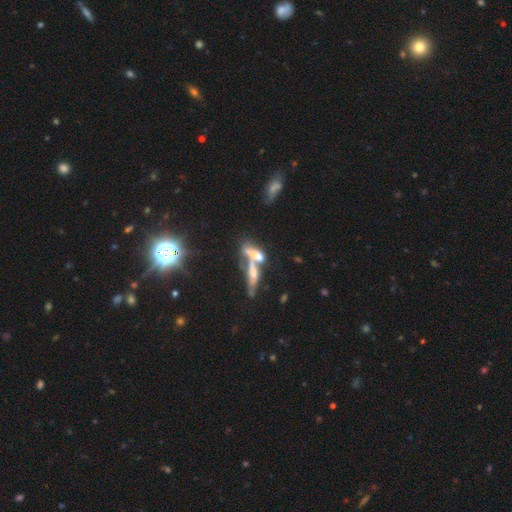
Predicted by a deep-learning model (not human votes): A featured or disk galaxy (49%).

Vote fractions:
- Smooth or featured? featured or disk: 49% / smooth: 38% / star or artifact: 13%
- Merging? merger: 65% / none: 19% / minor disturbance: 8% / major disturbance: 8%